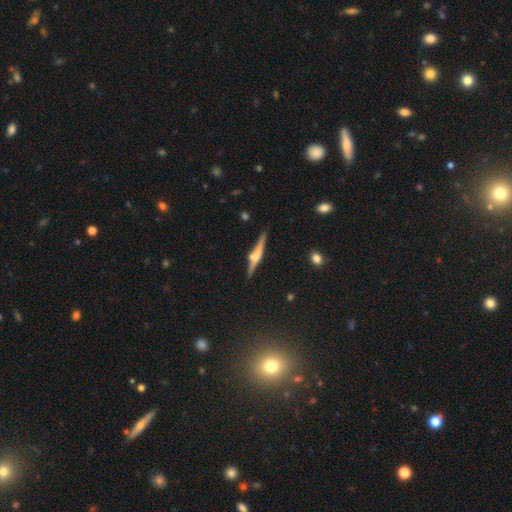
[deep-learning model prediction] A featured or disk galaxy (67%) viewed edge-on (97%) with a rounded central bulge (68%). Merging: none (80%).